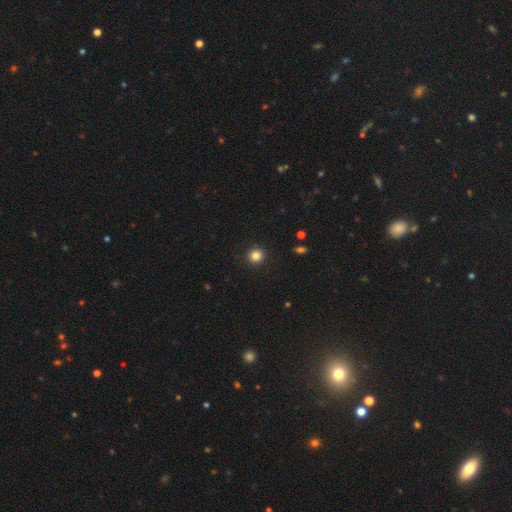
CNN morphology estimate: Overall: smooth (84%). How rounded: round (95%). Merging: none (92%).